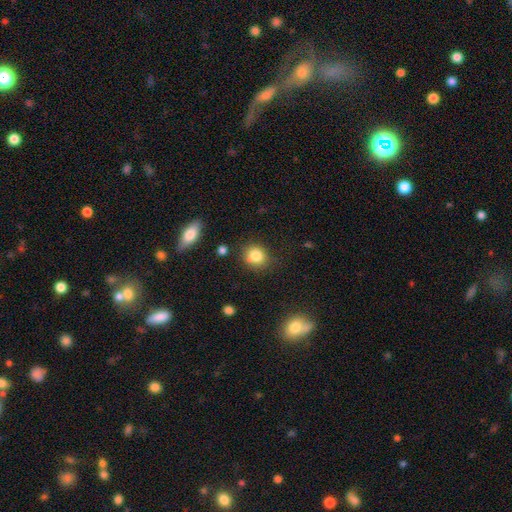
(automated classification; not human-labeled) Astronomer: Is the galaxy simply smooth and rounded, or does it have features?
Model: smooth — 83%.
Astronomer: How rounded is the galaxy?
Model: round — 72%.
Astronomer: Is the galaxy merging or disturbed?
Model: none — 76%.